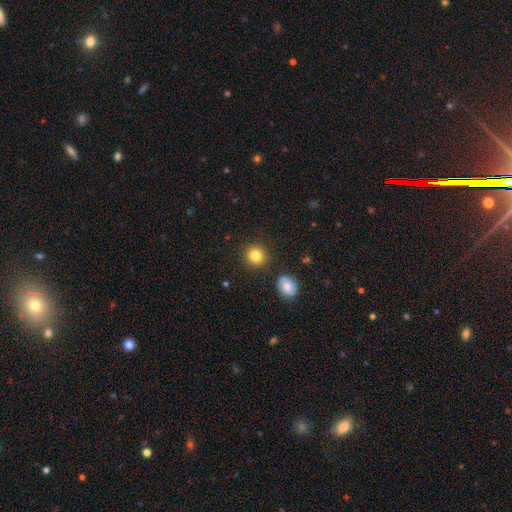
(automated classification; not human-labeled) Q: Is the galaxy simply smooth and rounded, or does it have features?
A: smooth — 83%.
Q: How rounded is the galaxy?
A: round — 88%.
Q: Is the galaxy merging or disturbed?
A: none — 88%.